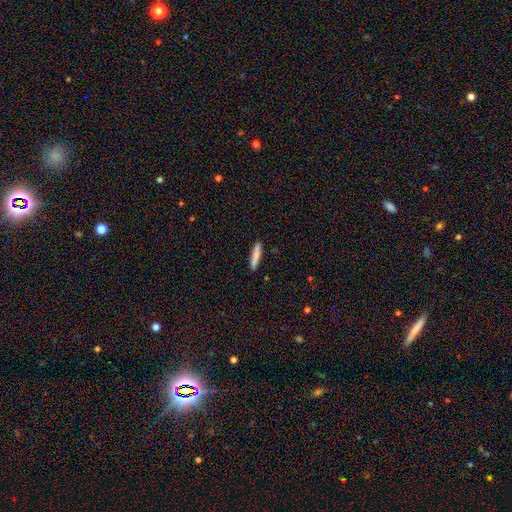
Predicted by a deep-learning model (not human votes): Smooth or featured?
  - smooth: 83% *
  - featured or disk: 10%
  - star or artifact: 6%
How rounded?
  - cigar-shaped: 87% *
  - in between: 11%
  - round: 1%
Merging?
  - none: 89% *
  - minor disturbance: 8%
  - major disturbance: 2%
  - merger: 2%